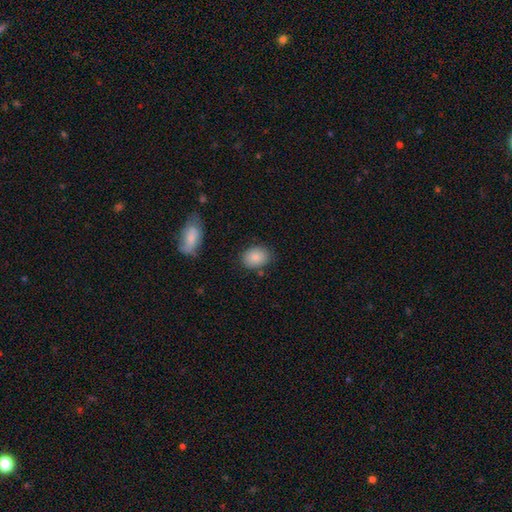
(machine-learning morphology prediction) A smooth galaxy with no disk features (86%) that is in between round and cigar-shaped (61%).

Vote fractions:
- Smooth or featured? smooth: 86% / star or artifact: 8% / featured or disk: 6%
- How rounded? in between: 61% / round: 38% / cigar-shaped: 1%
- Merging? none: 77% / minor disturbance: 14% / merger: 5% / major disturbance: 4%